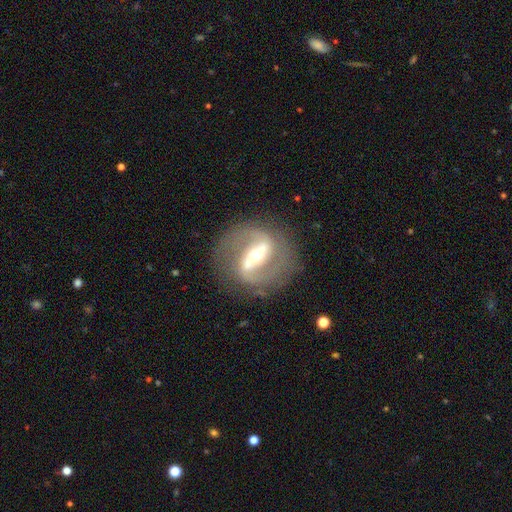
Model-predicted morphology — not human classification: featured or disk 87%, smooth 8%, star or artifact 5%. Down the decision tree: edge-on disk — no (93%); bar — strong (70%); spiral arms — yes (86%); spiral arm count — 2 (89%); spiral winding — medium (51%); bulge size — moderate (63%); merging — none (80%).